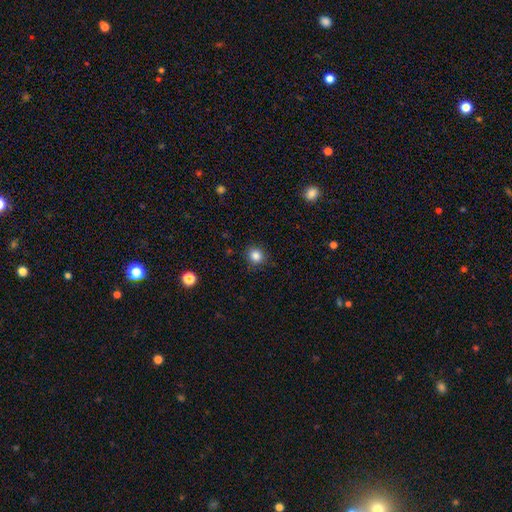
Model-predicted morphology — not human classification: A smooth galaxy with no disk features (85%) that is round (86%). Merging: none (89%).